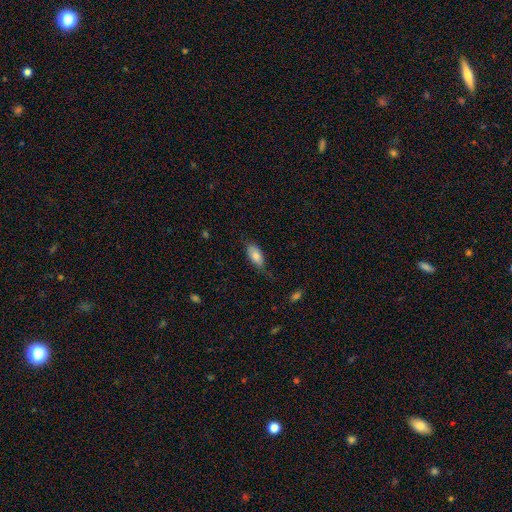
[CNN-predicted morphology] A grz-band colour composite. It shows a smooth galaxy with no disk features (77%) that is in between round and cigar-shaped (88%). Merging: none (57%).